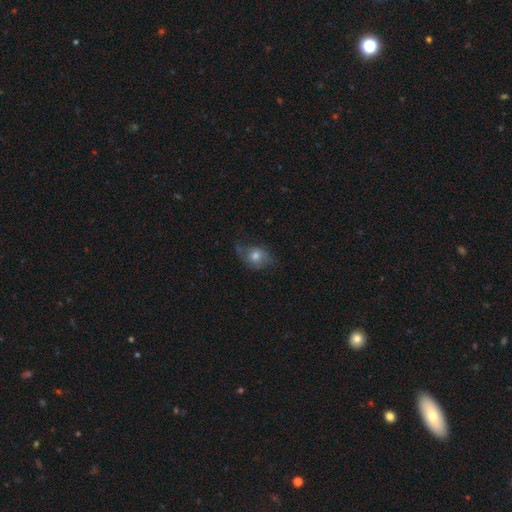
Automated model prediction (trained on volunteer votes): This appears to be a smooth galaxy with no disk features (61%) that is in between round and cigar-shaped (53%). Merging: none (51%).